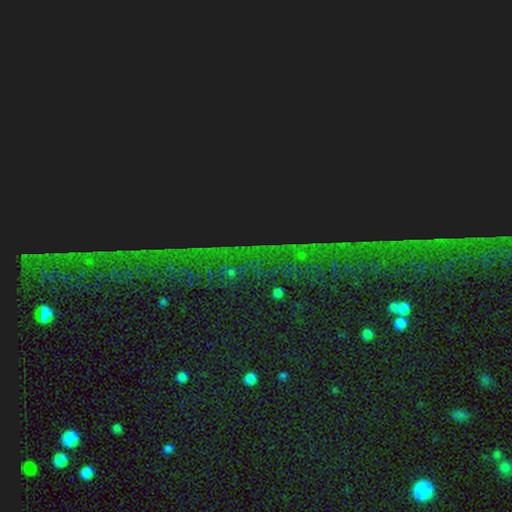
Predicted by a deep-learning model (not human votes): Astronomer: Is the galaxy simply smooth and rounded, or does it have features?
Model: star or artifact — 87%.